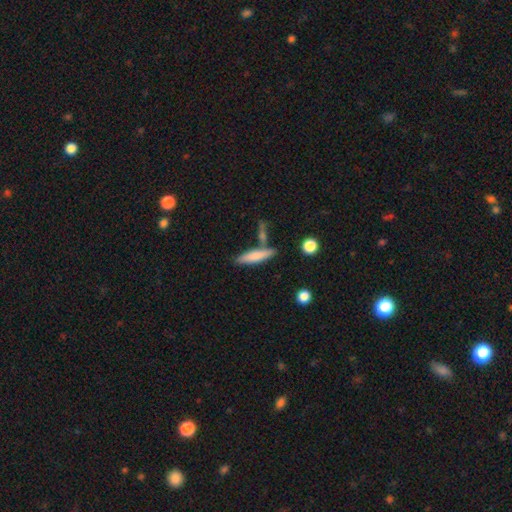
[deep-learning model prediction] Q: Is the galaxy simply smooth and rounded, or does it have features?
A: smooth — 74%.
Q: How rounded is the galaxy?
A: cigar-shaped — 78%.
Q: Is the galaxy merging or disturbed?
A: none — 69%.